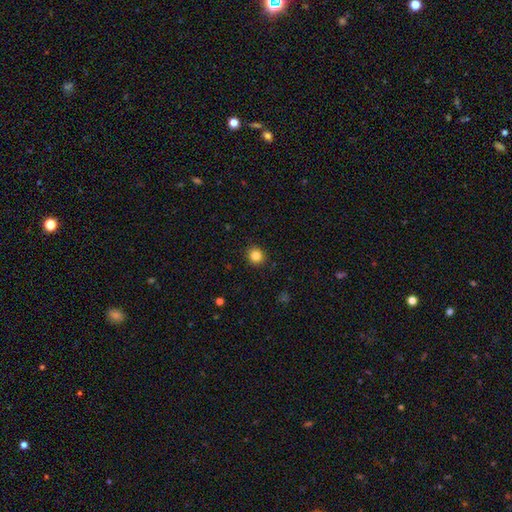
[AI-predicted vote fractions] smooth-or-featured: smooth: 84% | star or artifact: 12% | featured or disk: 5%
  how-rounded: round: 90% | in between: 9% | cigar-shaped: 1%
  merging: none: 92% | minor disturbance: 5% | major disturbance: 2% | merger: 1%